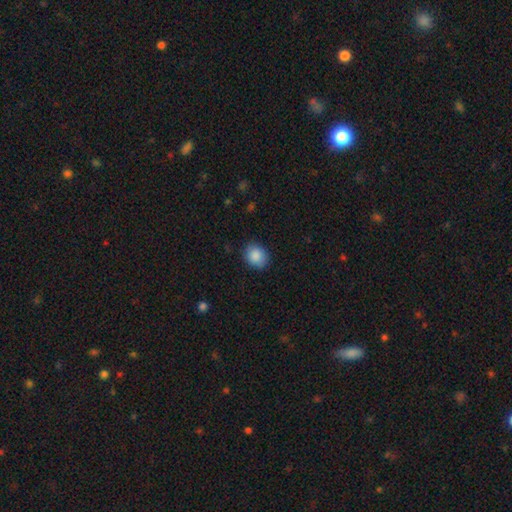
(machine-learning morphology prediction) Smooth or featured? smooth (88%)
How rounded? round (55%)
Merging? none (83%)